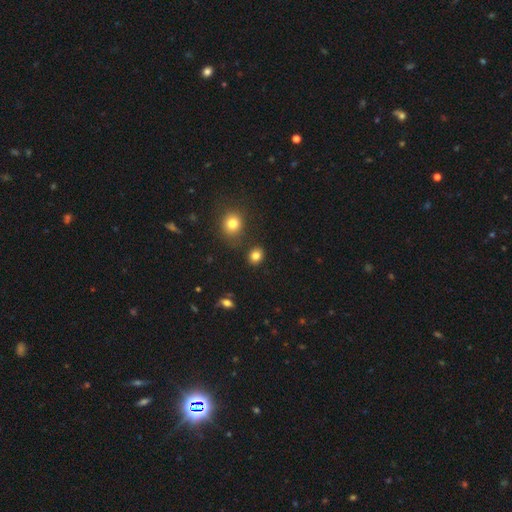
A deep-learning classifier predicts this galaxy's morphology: Q: Smooth or featured?
A: smooth (82%); runner-up: star or artifact (12%)
Q: How rounded?
A: round (66%); runner-up: in between (33%)
Q: Merging?
A: none (84%); runner-up: minor disturbance (9%)